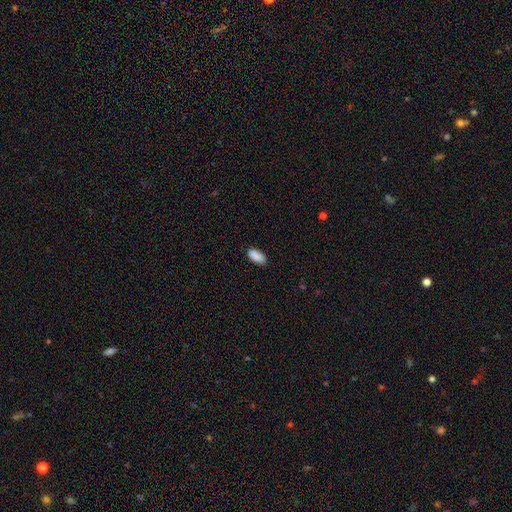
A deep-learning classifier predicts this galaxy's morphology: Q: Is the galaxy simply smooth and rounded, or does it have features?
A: smooth — 90%.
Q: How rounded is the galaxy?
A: in between — 92%.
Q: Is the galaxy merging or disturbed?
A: none — 85%.